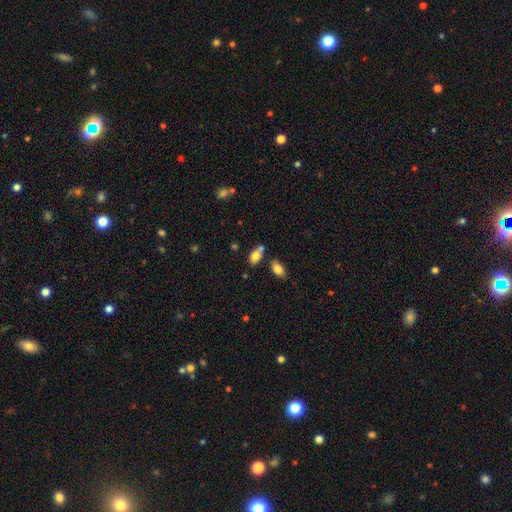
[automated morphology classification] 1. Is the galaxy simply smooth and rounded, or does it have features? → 79% smooth, 12% featured or disk, 9% star or artifact.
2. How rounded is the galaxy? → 86% in between, 11% round, 3% cigar-shaped.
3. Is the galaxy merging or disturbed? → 50% none, 33% merger, 13% minor disturbance, 4% major disturbance.